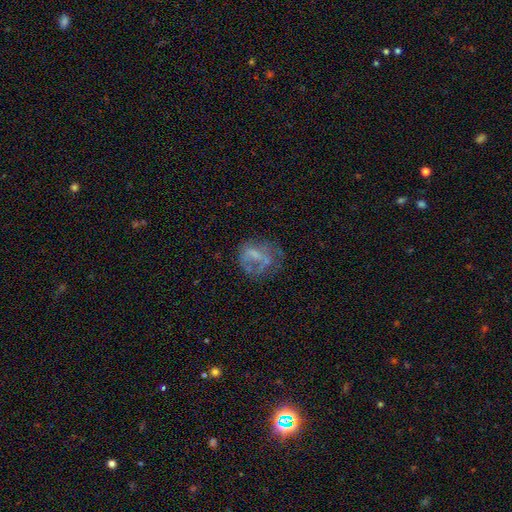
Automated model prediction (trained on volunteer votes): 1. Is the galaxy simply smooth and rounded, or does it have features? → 47% featured or disk, 39% smooth, 14% star or artifact.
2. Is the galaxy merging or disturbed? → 41% none, 31% major disturbance, 23% minor disturbance, 5% merger.